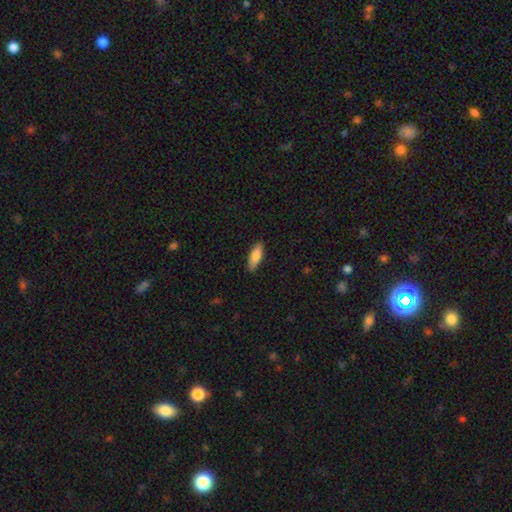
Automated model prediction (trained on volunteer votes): Smooth or featured?
  - smooth: 79% *
  - featured or disk: 15%
  - star or artifact: 6%
How rounded?
  - in between: 53% *
  - cigar-shaped: 45%
  - round: 2%
Merging?
  - none: 88% *
  - minor disturbance: 9%
  - major disturbance: 2%
  - merger: 1%